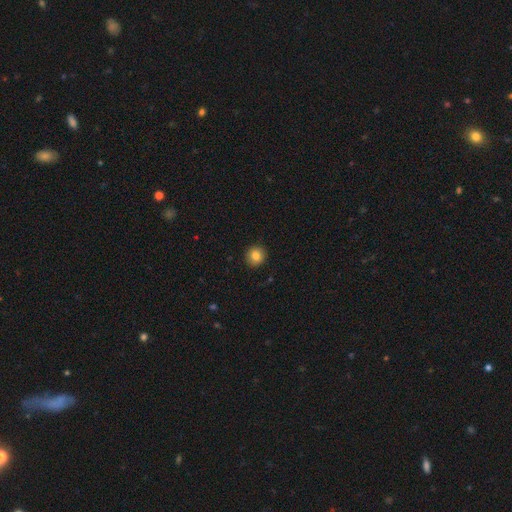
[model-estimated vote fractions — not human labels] Morphology: type=smooth (83%); roundness=round (90%); merging=none (92%).